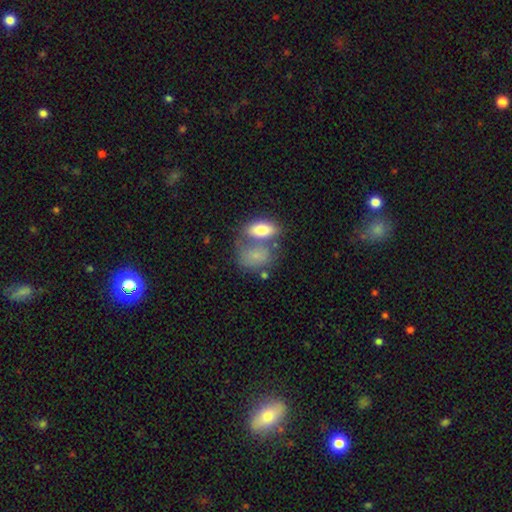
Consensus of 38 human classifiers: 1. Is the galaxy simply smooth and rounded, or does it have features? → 76% smooth, 13% featured or disk, 11% star or artifact.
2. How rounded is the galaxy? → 86% in between, 10% round, 3% cigar-shaped.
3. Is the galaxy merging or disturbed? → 44% none, 38% merger, 12% minor disturbance, 6% major disturbance.